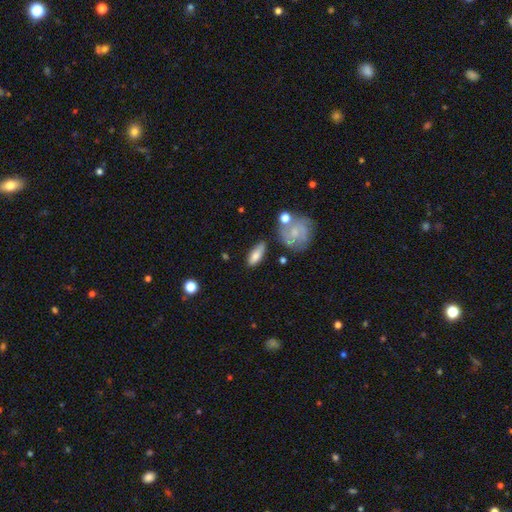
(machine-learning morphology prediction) The model was most divided on "how rounded": in between: 67%, cigar-shaped: 29%, round: 4%. More confident: smooth or featured — smooth (73%); merging — none (69%).